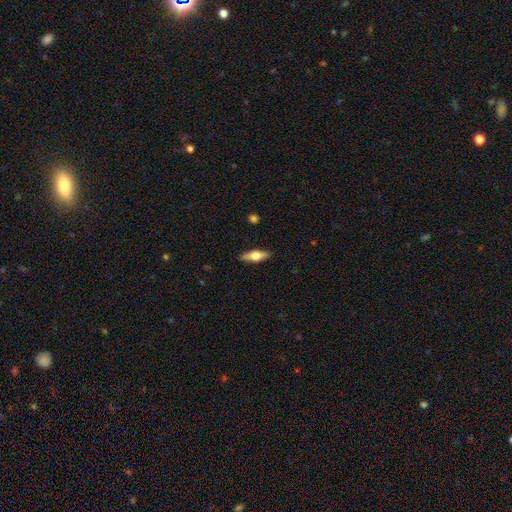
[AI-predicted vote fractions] smooth-or-featured: smooth: 52% | featured or disk: 42% | star or artifact: 6%
  how-rounded: in between: 53% | cigar-shaped: 44% | round: 3%
  merging: none: 88% | minor disturbance: 9% | major disturbance: 2% | merger: 1%